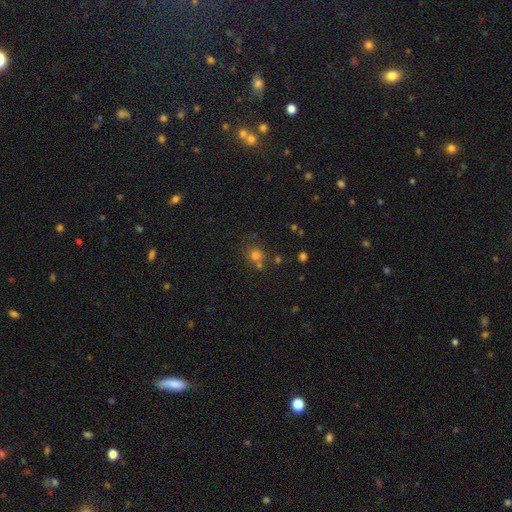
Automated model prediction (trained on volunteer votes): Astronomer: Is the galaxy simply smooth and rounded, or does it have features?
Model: smooth — 69%.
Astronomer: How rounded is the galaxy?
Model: round — 86%.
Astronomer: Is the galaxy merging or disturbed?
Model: none — 63%.